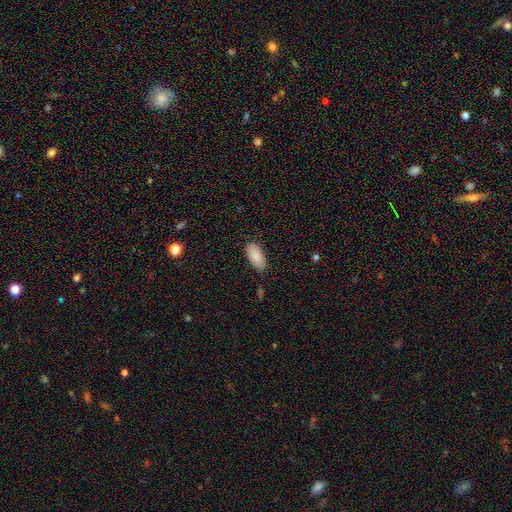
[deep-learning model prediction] Overall: smooth (87%). How rounded: in between (93%). Merging: none (79%).